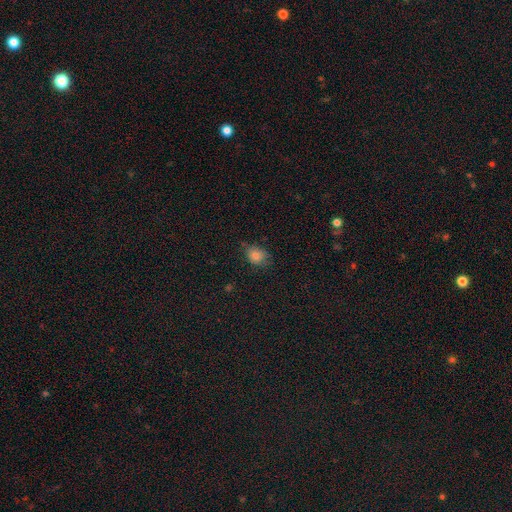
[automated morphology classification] Smooth or featured: smooth — 79% (star or artifact — 12%)
How rounded: in between — 53% (round — 46%)
Merging: none — 68% (minor disturbance — 25%)